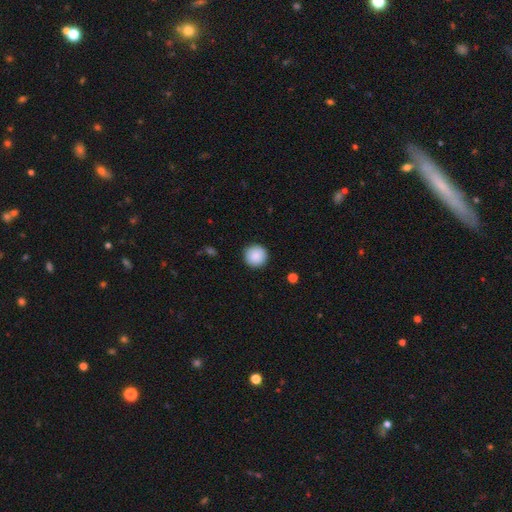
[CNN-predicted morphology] smooth_or_featured: smooth (p=0.89) [alt: star or artifact p=0.07]
how_rounded: round (p=0.96) [alt: in between p=0.03]
merging: none (p=0.92) [alt: minor disturbance p=0.05]